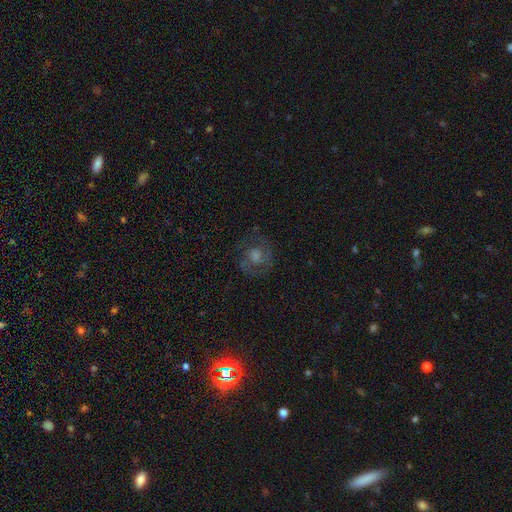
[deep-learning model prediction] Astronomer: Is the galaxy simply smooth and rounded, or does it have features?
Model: featured or disk — 55%.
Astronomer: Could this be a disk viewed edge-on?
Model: no — 97%.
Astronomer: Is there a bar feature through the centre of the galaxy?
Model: no — 66%.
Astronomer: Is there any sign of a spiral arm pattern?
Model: yes — 78%.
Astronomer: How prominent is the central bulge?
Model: moderate — 47%.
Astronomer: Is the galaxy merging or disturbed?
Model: none — 73%.